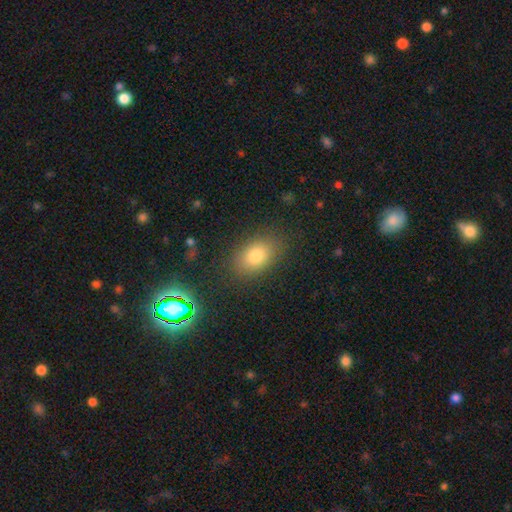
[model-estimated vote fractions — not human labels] This appears to be a smooth galaxy with no disk features (78%) that is in between round and cigar-shaped (84%). Merging: none (83%).